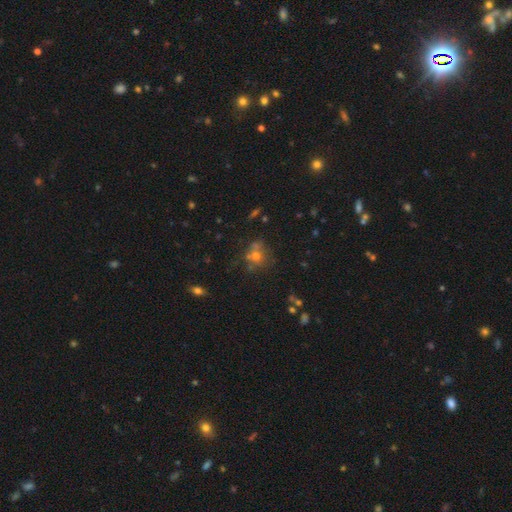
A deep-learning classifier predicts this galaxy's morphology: This is possibly a smooth galaxy (59%). How rounded: likely round (79%). Merging: possibly none (59%).